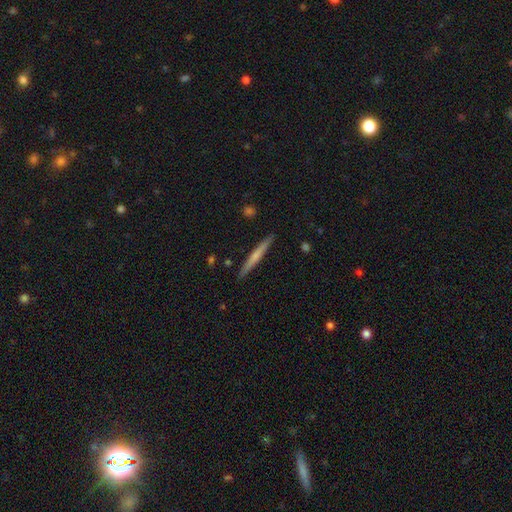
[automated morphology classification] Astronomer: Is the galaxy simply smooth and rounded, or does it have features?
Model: smooth — 49% (runner-up: featured or disk, 45%).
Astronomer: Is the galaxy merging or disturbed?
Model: none — 91%.